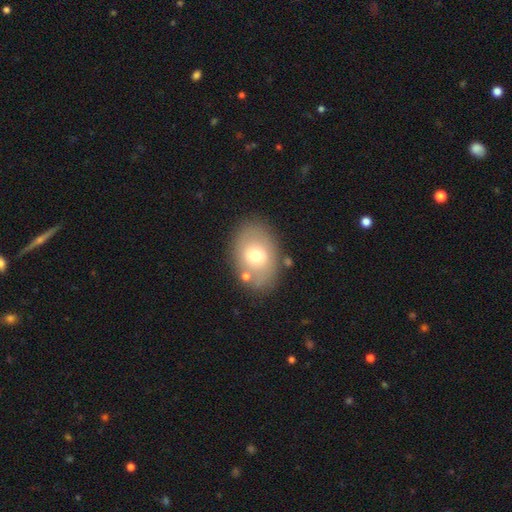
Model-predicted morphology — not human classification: A smooth galaxy with no disk features (66%) that is in between round and cigar-shaped (77%). Merging: none (78%).